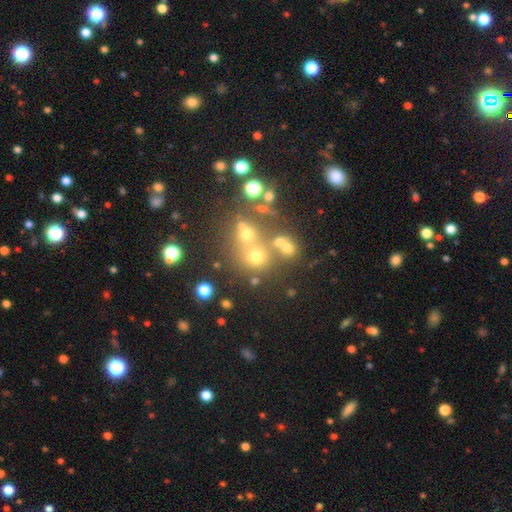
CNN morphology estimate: smooth-or-featured: smooth: 57% | star or artifact: 27% | featured or disk: 17%
  how-rounded: round: 81% | in between: 17% | cigar-shaped: 1%
  merging: none: 55% | merger: 29% | minor disturbance: 9% | major disturbance: 6%